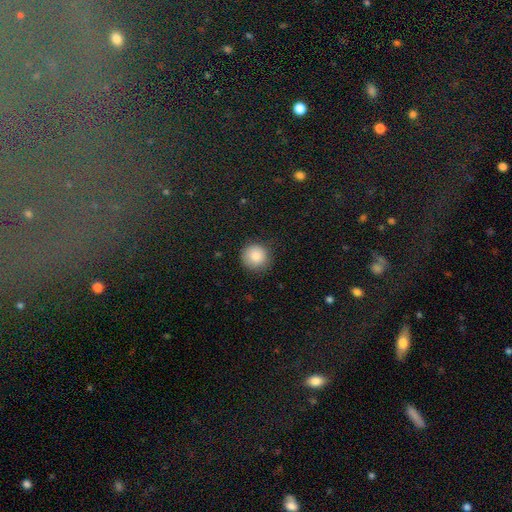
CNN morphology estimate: Smooth or featured?
  - smooth: 87% *
  - star or artifact: 9%
  - featured or disk: 5%
How rounded?
  - round: 94% *
  - in between: 5%
  - cigar-shaped: 1%
Merging?
  - none: 86% *
  - minor disturbance: 10%
  - major disturbance: 3%
  - merger: 1%